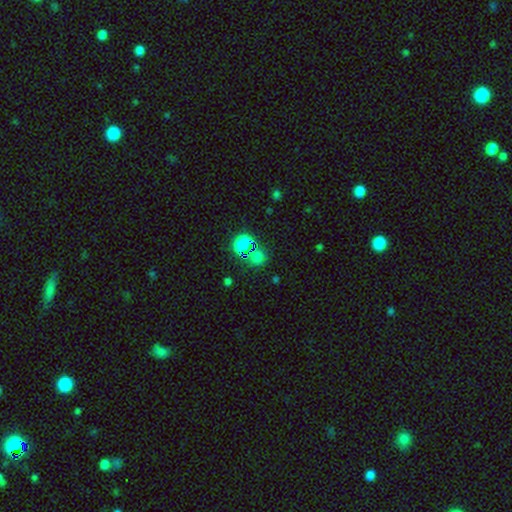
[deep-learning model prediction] Overall: star or artifact (47%; smooth 45%).